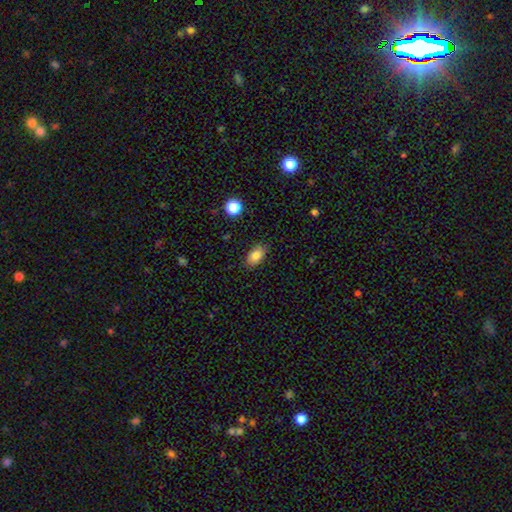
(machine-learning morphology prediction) smooth 81%, featured or disk 10%, star or artifact 9%. Down the decision tree: how rounded — in between (89%); merging — none (84%).